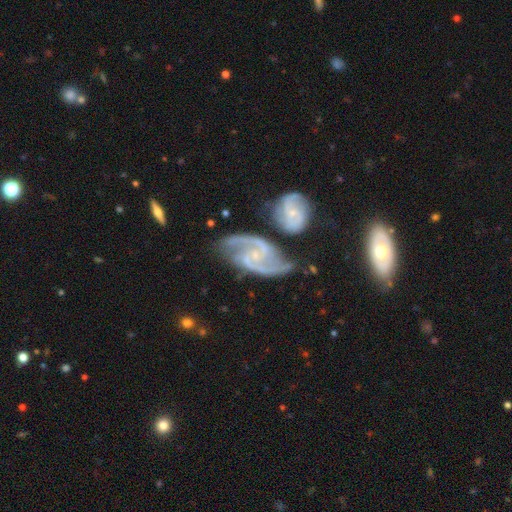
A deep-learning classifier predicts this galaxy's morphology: Q: Smooth or featured?
A: featured or disk (92%); runner-up: star or artifact (5%)
Q: Edge-on disk?
A: no (97%); runner-up: yes (3%)
Q: Bar?
A: no (43%); tied with: weak (43%)
Q: Spiral arms?
A: yes (98%); runner-up: no (2%)
Q: Spiral winding?
A: medium (59%); runner-up: tight (22%)
Q: Spiral arm count?
A: 2 (88%); runner-up: 3 (4%)
Q: Bulge size?
A: small (77%); runner-up: moderate (14%)
Q: Merging?
A: none (56%); runner-up: minor disturbance (19%)